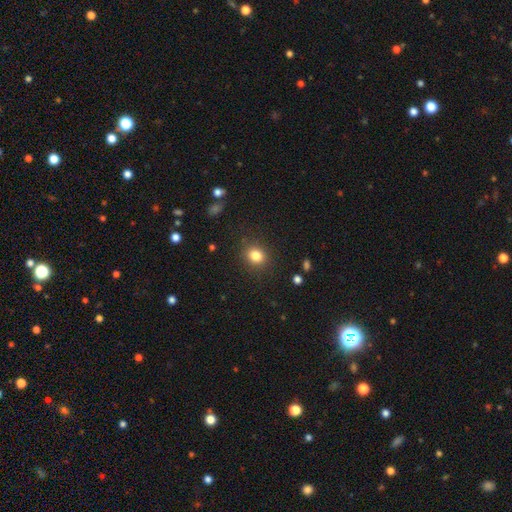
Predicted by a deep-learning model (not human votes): The model was most divided on "how rounded": round: 64%, in between: 35%, cigar-shaped: 1%. More confident: merging — none (87%); smooth or featured — smooth (82%).